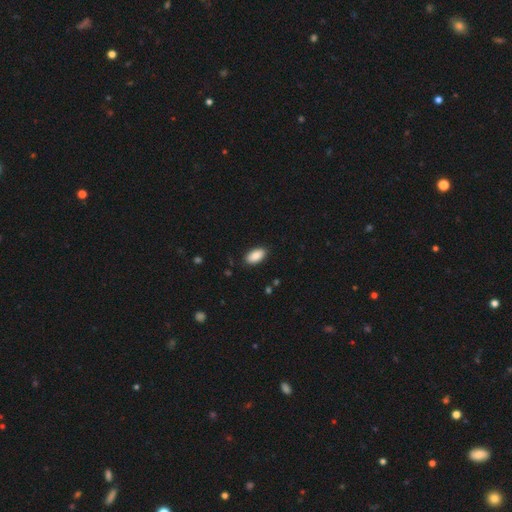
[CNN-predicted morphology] Smooth or featured? Predicted: smooth (p=0.89). How rounded? Predicted: in between (p=0.94). Merging? Predicted: none (p=0.88).